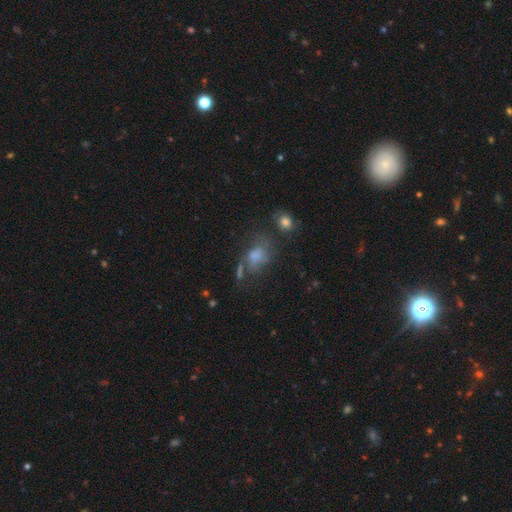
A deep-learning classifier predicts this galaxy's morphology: smooth-or-featured: smooth: 46% | featured or disk: 28% | star or artifact: 25%
  merging: none: 44% | major disturbance: 21% | minor disturbance: 21% | merger: 14%